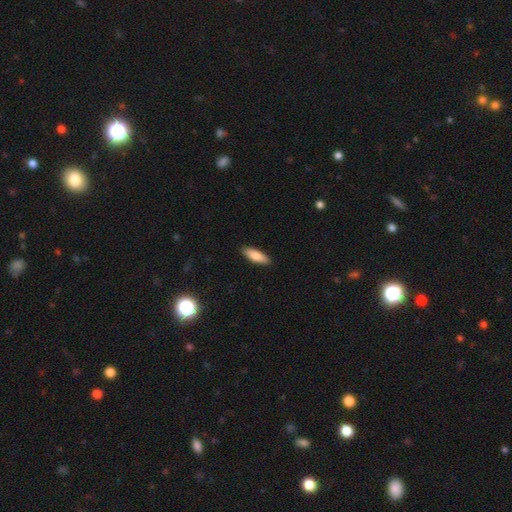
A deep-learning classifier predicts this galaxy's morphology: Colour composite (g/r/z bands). It shows a smooth galaxy with no disk features (82%) that is in between round and cigar-shaped (58%). Merging: none (90%).